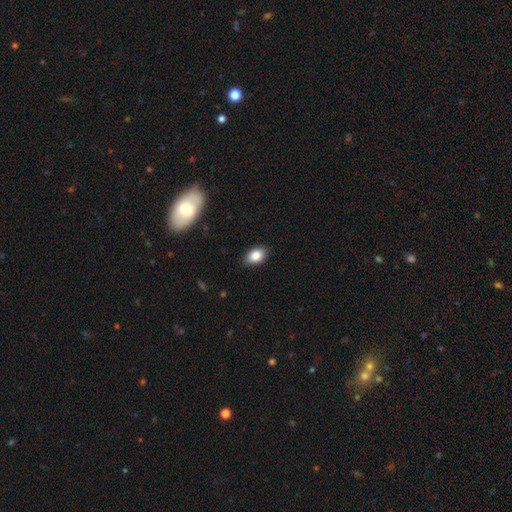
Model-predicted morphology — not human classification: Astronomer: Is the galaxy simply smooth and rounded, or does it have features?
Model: smooth — 86%.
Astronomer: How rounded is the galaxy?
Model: in between — 86%.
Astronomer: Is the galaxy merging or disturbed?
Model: none — 87%.